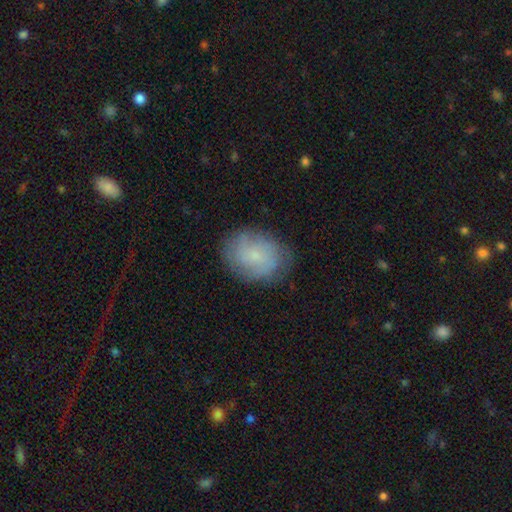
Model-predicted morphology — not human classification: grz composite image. It shows a smooth galaxy with no disk features (57%) that is in between round and cigar-shaped (56%). Merging: none (77%).